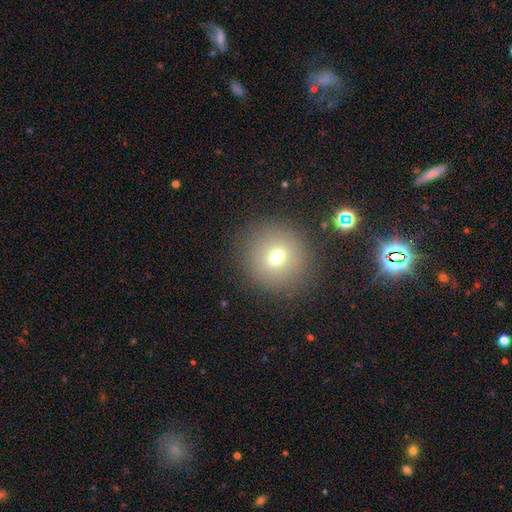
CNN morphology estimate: This is possibly a smooth galaxy (60%). How rounded: clearly round (92%). Merging: clearly none (89%).